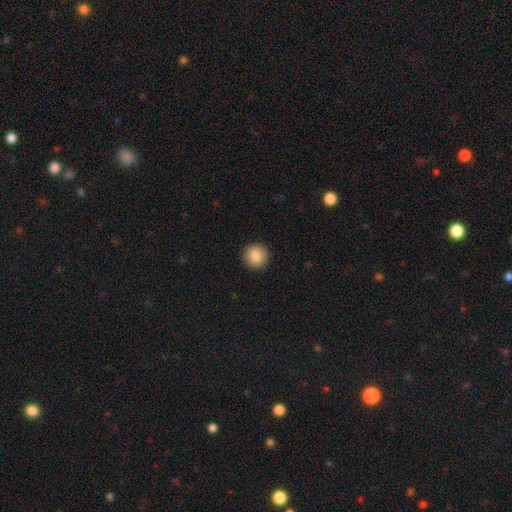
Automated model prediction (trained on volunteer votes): A smooth galaxy with no disk features (87%) that is round (93%). Merging: none (92%).